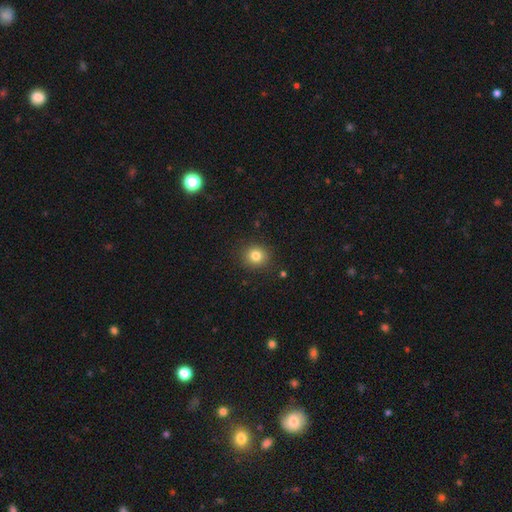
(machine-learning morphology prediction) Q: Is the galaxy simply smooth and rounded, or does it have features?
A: smooth — 82%.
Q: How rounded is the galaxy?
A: round — 86%.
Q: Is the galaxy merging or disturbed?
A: none — 89%.